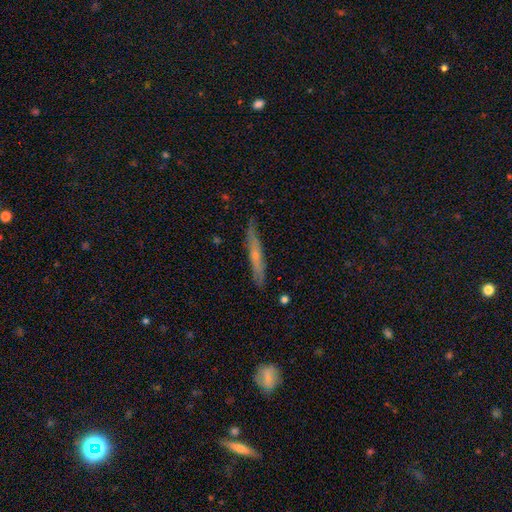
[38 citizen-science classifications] Morphology: type=featured or disk (68%); edge-on=yes (92%); edge-on bulge=rounded (58%); merging=none (74%).